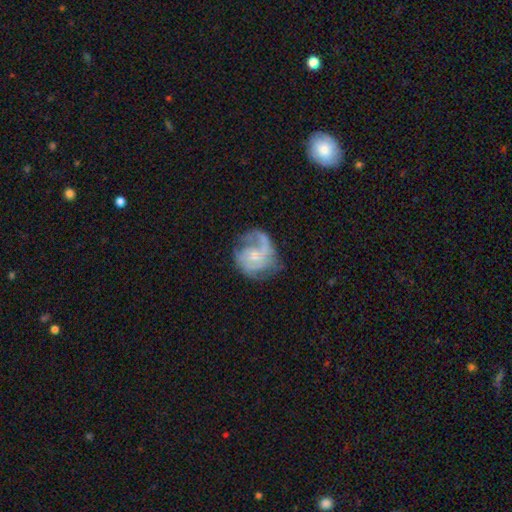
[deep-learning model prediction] Morphology: type=featured or disk (77%); edge-on=no (98%); bar=no (68%); spiral arms=yes (89%); winding=medium (44%); arm count=2 (43%); bulge=small (56%); merging=none (53%).